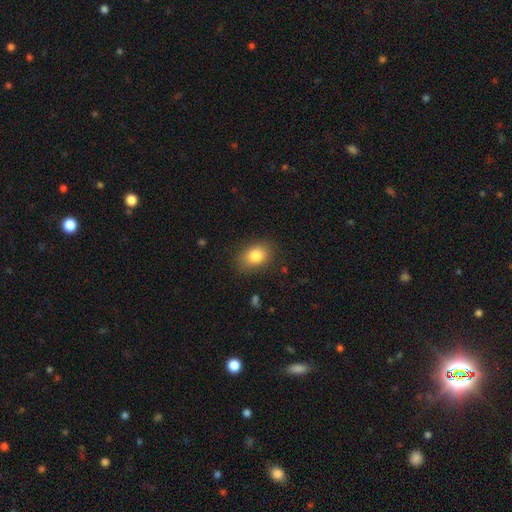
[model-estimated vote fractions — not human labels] The model was most divided on "how rounded": in between: 76%, round: 23%, cigar-shaped: 1%. More confident: merging — none (83%); smooth or featured — smooth (82%).